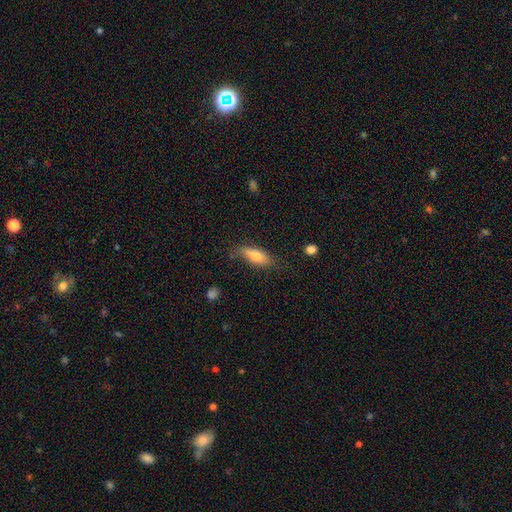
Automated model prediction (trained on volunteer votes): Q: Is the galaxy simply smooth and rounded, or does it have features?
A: smooth — 73%.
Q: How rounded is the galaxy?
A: in between — 66%.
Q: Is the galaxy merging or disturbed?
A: none — 67%.